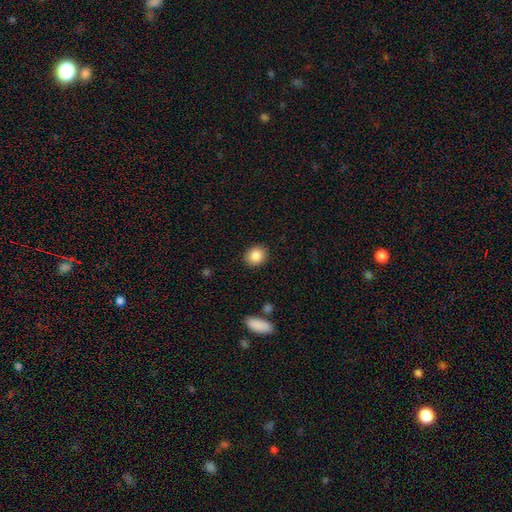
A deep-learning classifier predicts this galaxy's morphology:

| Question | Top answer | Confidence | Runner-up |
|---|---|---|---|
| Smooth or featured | smooth | 86% | star or artifact (9%) |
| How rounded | round | 71% | in between (28%) |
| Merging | none | 89% | minor disturbance (7%) |